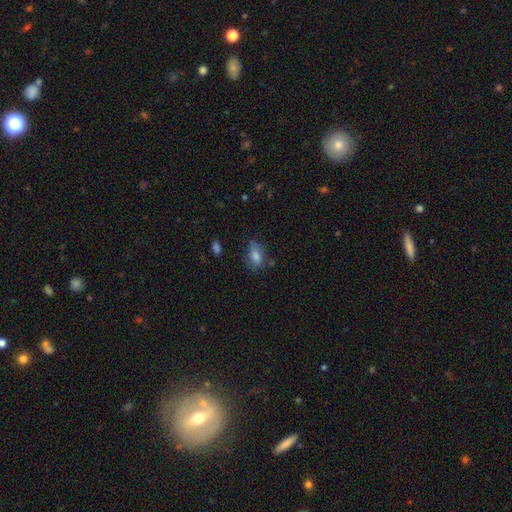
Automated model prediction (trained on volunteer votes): Overall: smooth (80%). How rounded: in between (85%). Merging: none (64%; minor disturbance 25%).